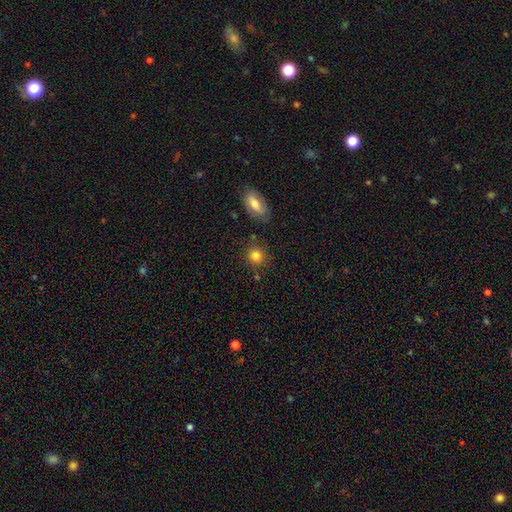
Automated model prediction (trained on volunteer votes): A smooth galaxy with no disk features (83%) that is round (85%). Merging: none (80%).